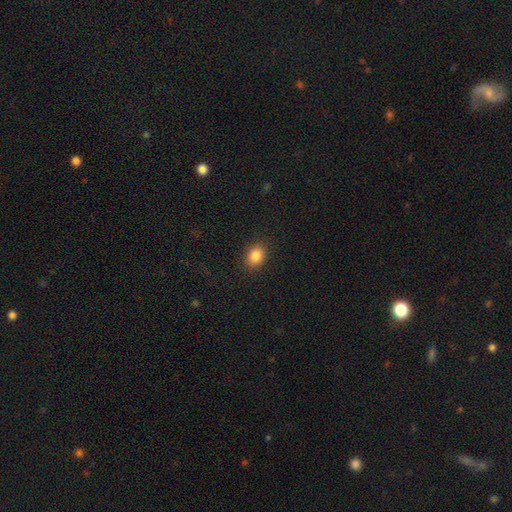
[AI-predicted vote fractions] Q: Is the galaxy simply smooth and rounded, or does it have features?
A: smooth — 85%.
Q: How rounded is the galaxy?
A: in between — 56%.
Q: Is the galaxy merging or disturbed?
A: none — 89%.